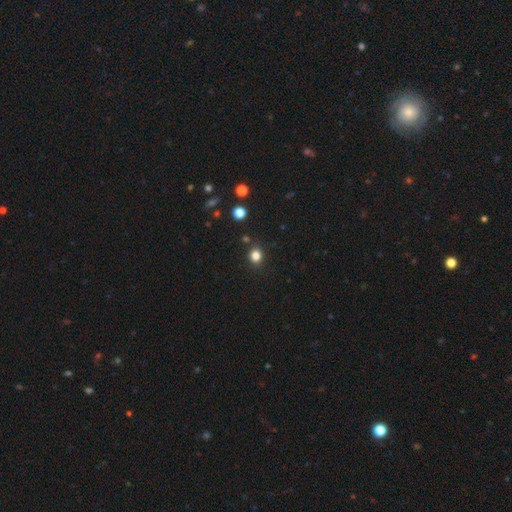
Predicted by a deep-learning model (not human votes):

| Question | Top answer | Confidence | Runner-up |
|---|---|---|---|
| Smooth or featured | smooth | 82% | star or artifact (14%) |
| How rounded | round | 70% | in between (29%) |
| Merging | none | 86% | minor disturbance (9%) |